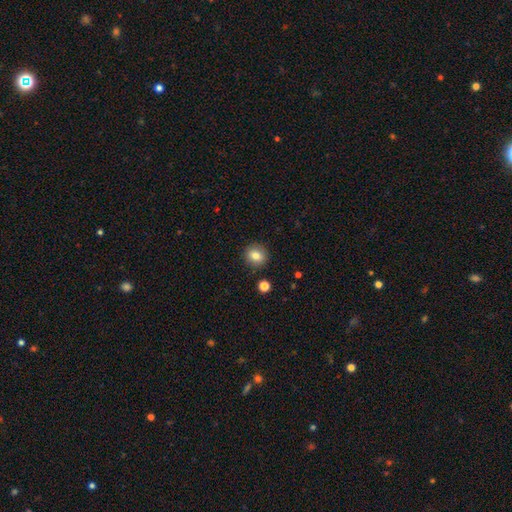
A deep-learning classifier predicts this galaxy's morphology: smooth_or_featured: smooth (p=0.81) [alt: star or artifact p=0.10]
how_rounded: round (p=0.84) [alt: in between p=0.15]
merging: none (p=0.89) [alt: minor disturbance p=0.07]